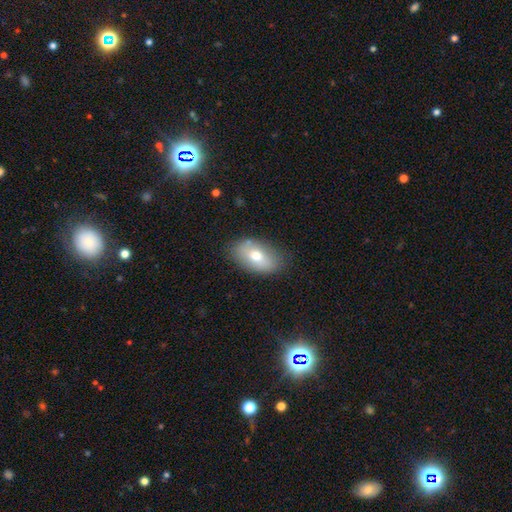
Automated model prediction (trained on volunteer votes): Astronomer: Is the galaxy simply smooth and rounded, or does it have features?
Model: smooth — 68%.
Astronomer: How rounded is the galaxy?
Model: in between — 91%.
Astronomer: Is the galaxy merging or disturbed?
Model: none — 79%.